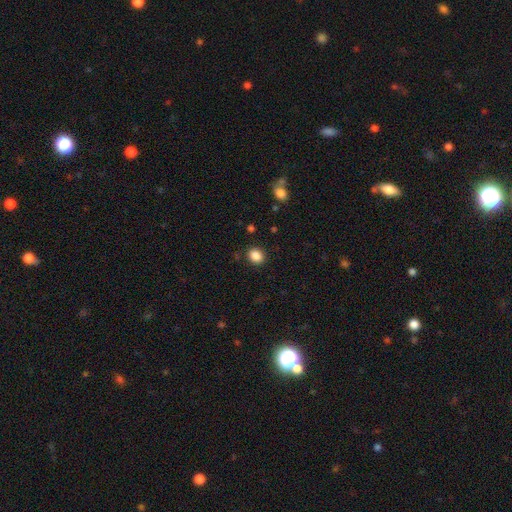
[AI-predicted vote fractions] Morphology: type=smooth (87%); roundness=round (57%); merging=none (88%).